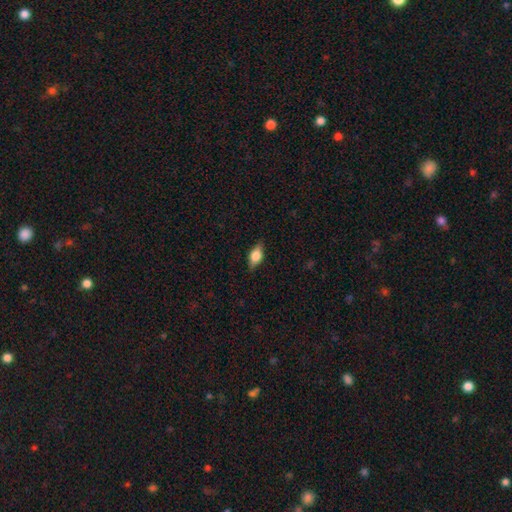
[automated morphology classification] A smooth galaxy with no disk features (67%) that is in between round and cigar-shaped (82%). Merging: none (84%).